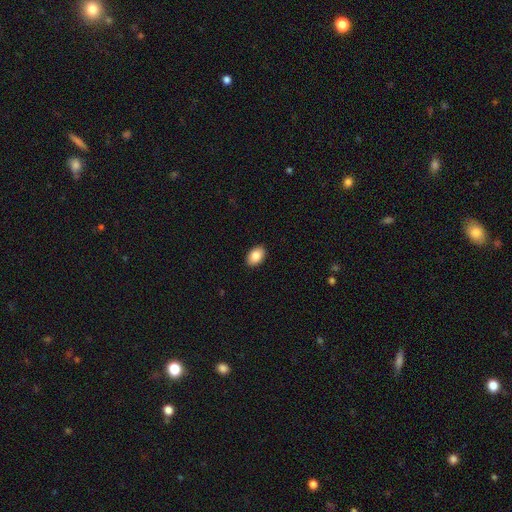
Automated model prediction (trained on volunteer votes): smooth_or_featured: smooth (p=0.86) [alt: star or artifact p=0.07]
how_rounded: in between (p=0.88) [alt: round p=0.11]
merging: none (p=0.90) [alt: minor disturbance p=0.07]